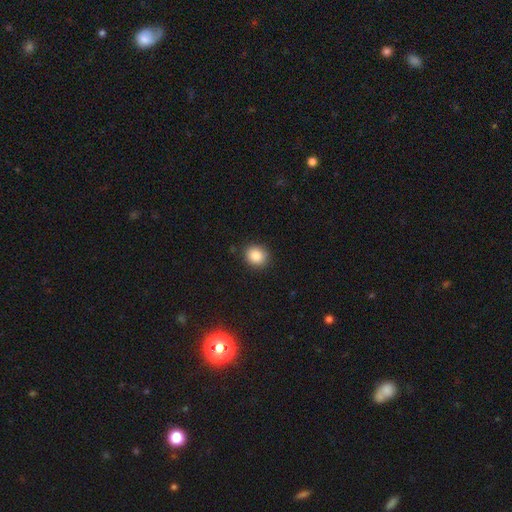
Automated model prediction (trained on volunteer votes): smooth-or-featured: smooth: 86% | star or artifact: 9% | featured or disk: 5%
  how-rounded: round: 74% | in between: 25% | cigar-shaped: 1%
  merging: none: 87% | minor disturbance: 9% | major disturbance: 2% | merger: 1%